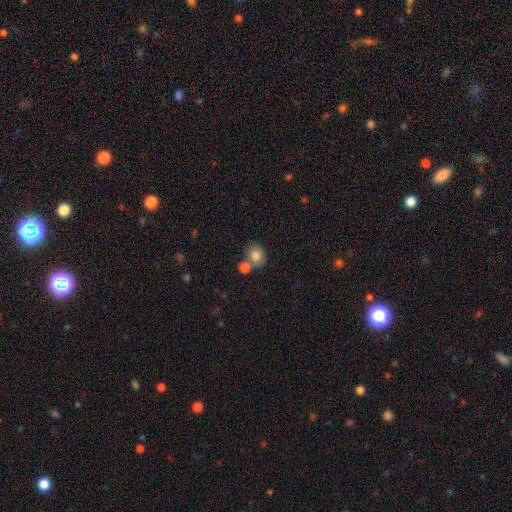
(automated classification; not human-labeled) Morphology: type=smooth (81%); roundness=round (72%); merging=none (58%).